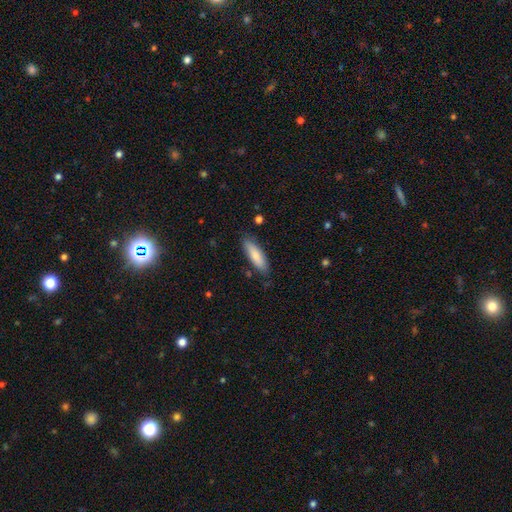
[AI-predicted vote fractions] Smooth or featured: smooth — 81% (featured or disk — 13%)
How rounded: cigar-shaped — 54% (in between — 44%)
Merging: none — 83% (minor disturbance — 13%)